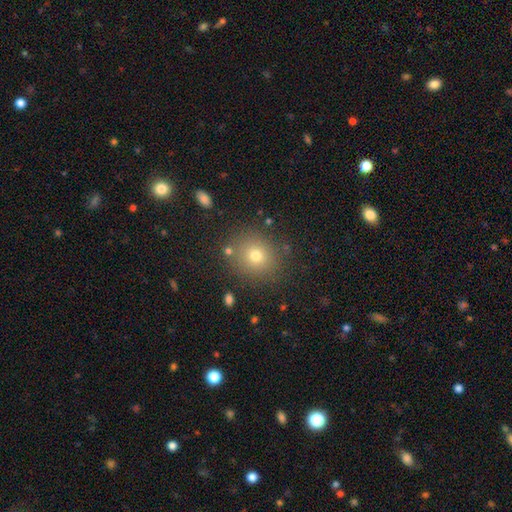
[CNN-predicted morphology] A smooth galaxy with no disk features (72%) that is round (84%). Merging: none (85%).